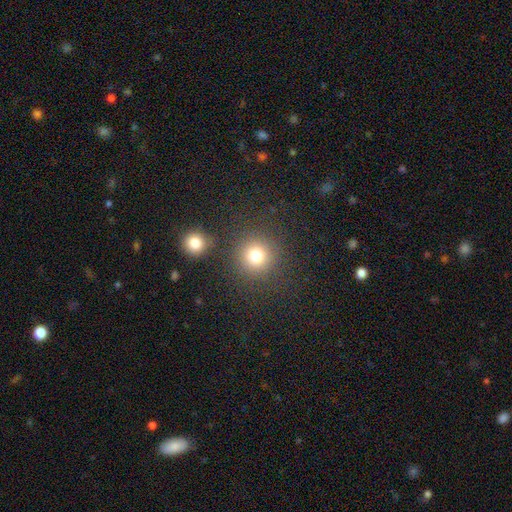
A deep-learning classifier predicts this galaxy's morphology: A smooth galaxy with no disk features (78%) that is round (94%). Merging: none (83%).